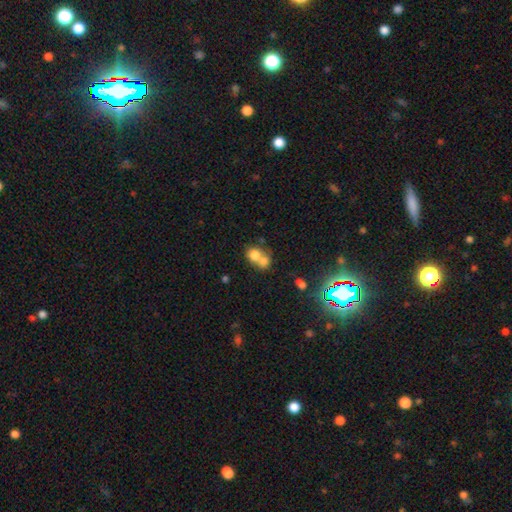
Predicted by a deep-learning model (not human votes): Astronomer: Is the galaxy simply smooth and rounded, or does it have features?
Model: smooth — 74%.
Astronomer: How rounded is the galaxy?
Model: round — 67%.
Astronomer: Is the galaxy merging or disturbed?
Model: merger — 64%.